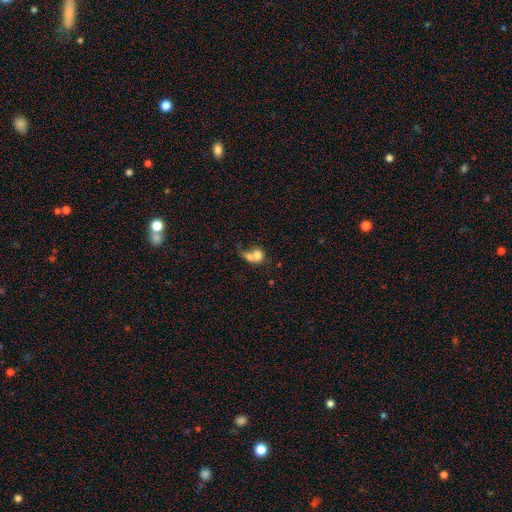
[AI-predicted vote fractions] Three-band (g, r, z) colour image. It shows a smooth galaxy with no disk features (72%) that is round (59%). Merging: merger (66%).